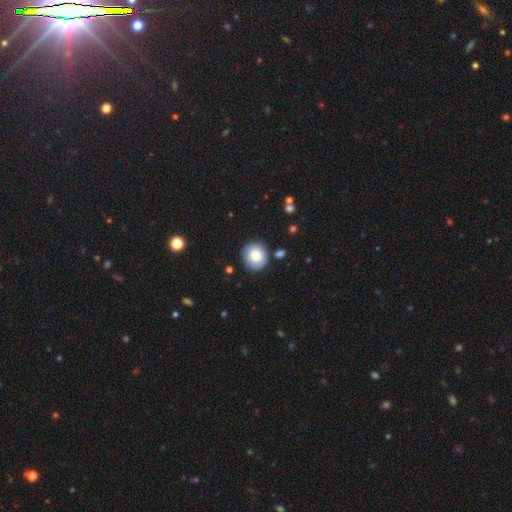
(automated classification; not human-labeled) Smooth or featured? Predicted: smooth (p=0.82). How rounded? Predicted: round (p=0.91). Merging? Predicted: none (p=0.86).